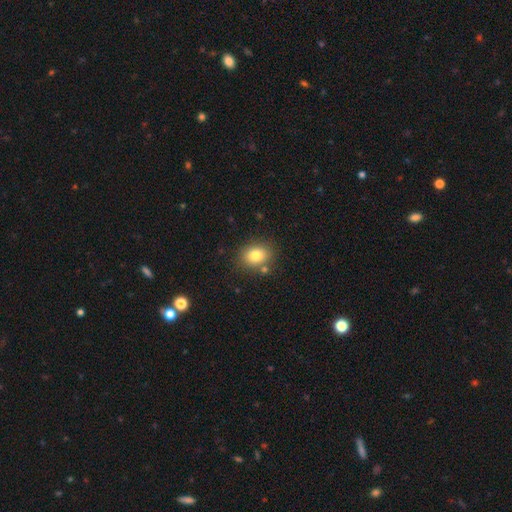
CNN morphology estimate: smooth_or_featured: smooth (p=0.80) [alt: star or artifact p=0.11]
how_rounded: in between (p=0.50) [alt: round p=0.49]
merging: none (p=0.79) [alt: minor disturbance p=0.11]